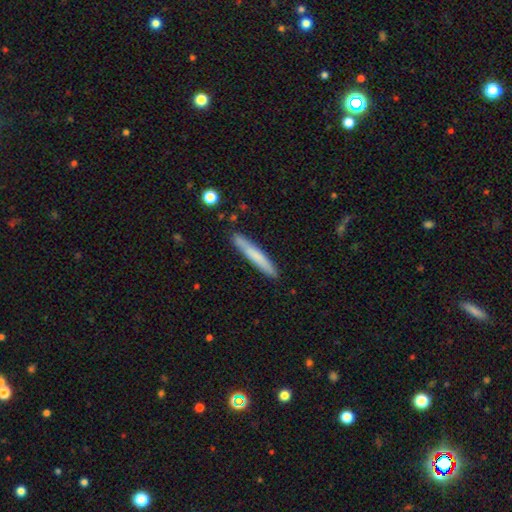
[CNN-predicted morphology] Smooth or featured? smooth (71%)
How rounded? cigar-shaped (95%)
Merging? none (86%)